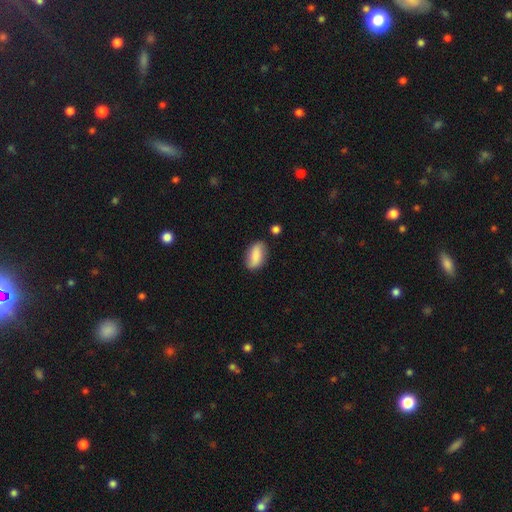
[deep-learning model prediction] This is clearly a smooth galaxy (81%). How rounded: clearly in between (90%). Merging: likely none (77%).